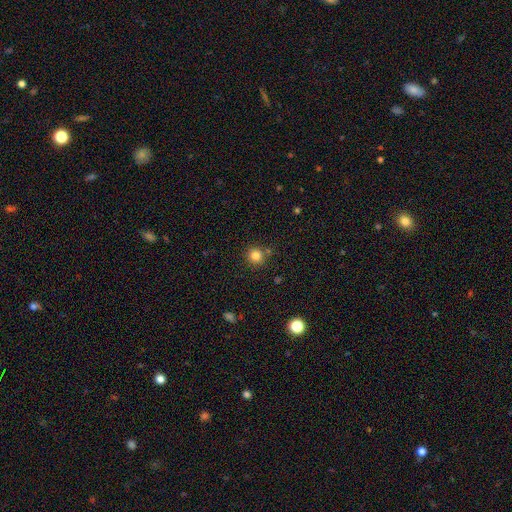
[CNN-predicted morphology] smooth 81%, star or artifact 13%, featured or disk 6%. Down the decision tree: how rounded — round (93%); merging — none (82%).